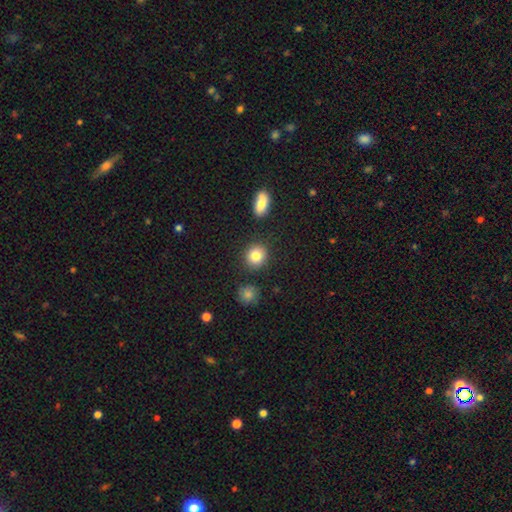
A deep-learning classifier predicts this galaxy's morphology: smooth_or_featured: smooth (p=0.85) [alt: star or artifact p=0.09]
how_rounded: round (p=0.83) [alt: in between p=0.16]
merging: none (p=0.86) [alt: minor disturbance p=0.07]